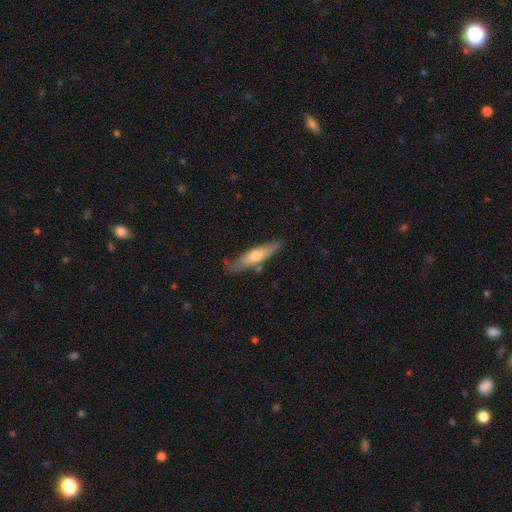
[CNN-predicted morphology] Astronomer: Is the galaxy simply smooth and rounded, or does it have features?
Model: smooth — 53% (runner-up: featured or disk, 42%).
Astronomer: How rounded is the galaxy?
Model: cigar-shaped — 81%.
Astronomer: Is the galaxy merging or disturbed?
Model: none — 76%.